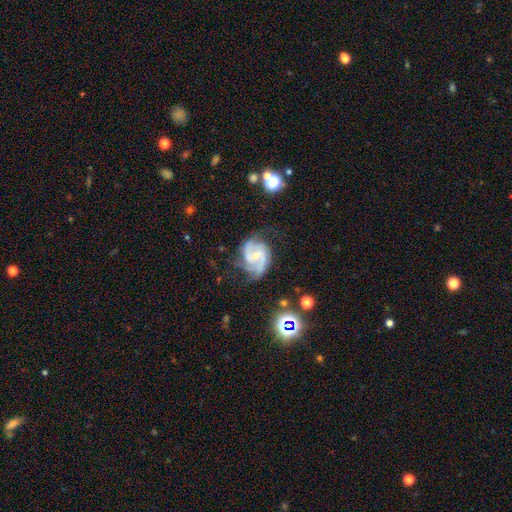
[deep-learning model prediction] featured or disk 87%, smooth 7%, star or artifact 6%. Down the decision tree: edge-on disk — no (98%); bar — weak (45%); spiral arms — yes (97%); spiral arm count — 2 (66%); spiral winding — medium (51%); bulge size — small (49%); merging — none (62%).